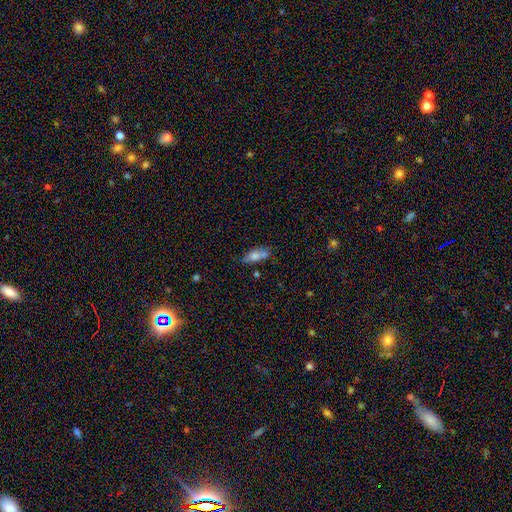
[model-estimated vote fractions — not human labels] Morphology: type=smooth (66%); roundness=in between (67%); merging=none (54%).